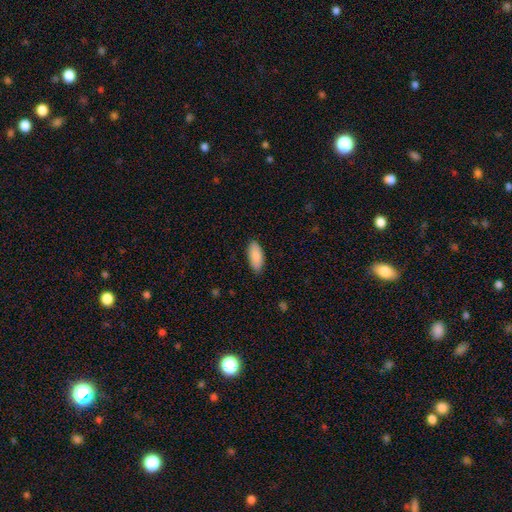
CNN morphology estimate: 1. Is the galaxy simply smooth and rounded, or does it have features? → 88% smooth, 6% featured or disk, 6% star or artifact.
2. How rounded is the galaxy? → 87% in between, 12% cigar-shaped, 2% round.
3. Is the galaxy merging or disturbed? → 87% none, 10% minor disturbance, 2% major disturbance, 1% merger.